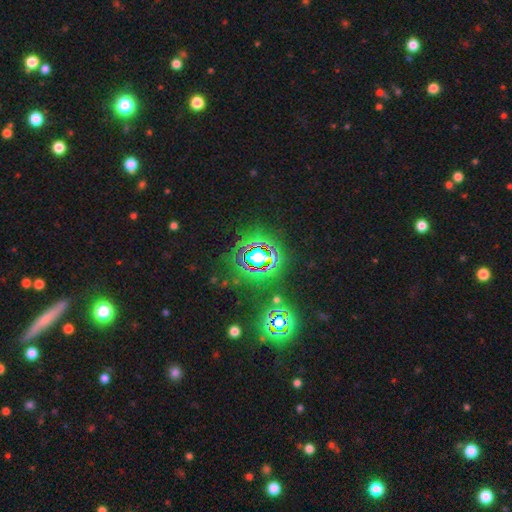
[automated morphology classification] smooth-or-featured: star or artifact: 79% | smooth: 13% | featured or disk: 8%